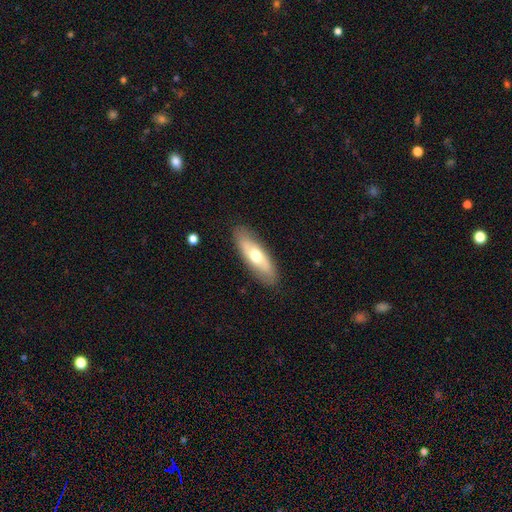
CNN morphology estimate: smooth-or-featured: smooth: 57% | featured or disk: 38% | star or artifact: 5%
  how-rounded: in between: 57% | cigar-shaped: 41% | round: 2%
  merging: none: 86% | minor disturbance: 11% | major disturbance: 3% | merger: 1%